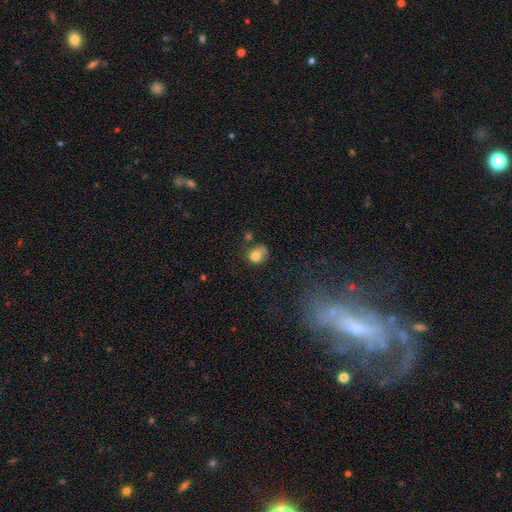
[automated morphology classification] smooth 76%, featured or disk 14%, star or artifact 10%. Down the decision tree: how rounded — round (59%); merging — none (42%).